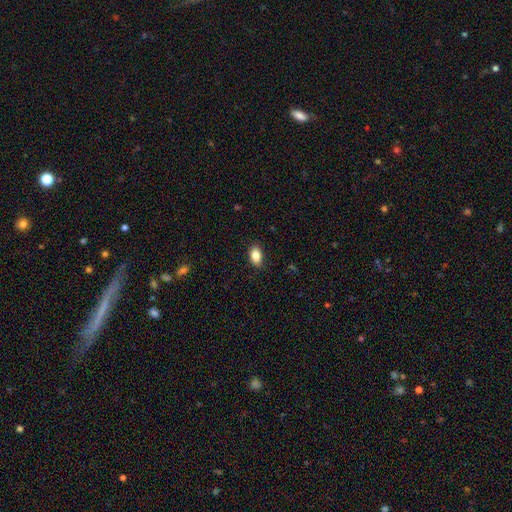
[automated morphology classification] type=smooth (84%); roundness=in between (88%); merging=none (87%).